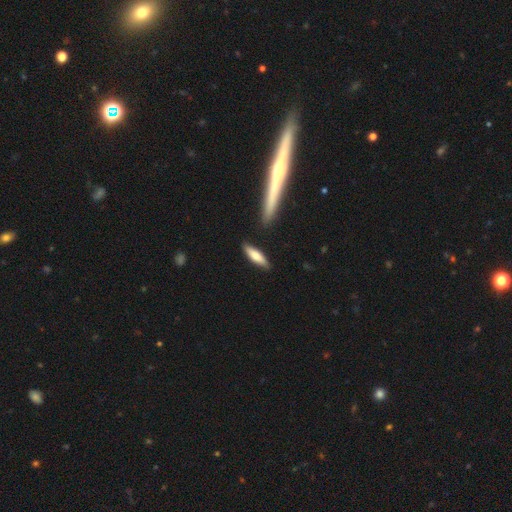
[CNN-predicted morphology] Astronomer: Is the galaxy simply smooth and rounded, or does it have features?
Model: smooth — 73%.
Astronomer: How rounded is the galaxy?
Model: cigar-shaped — 63%.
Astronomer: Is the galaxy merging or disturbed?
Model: none — 85%.